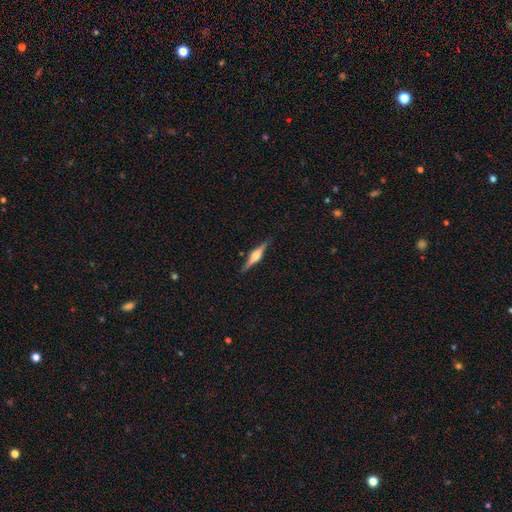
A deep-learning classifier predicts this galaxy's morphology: Q: Smooth or featured?
A: featured or disk (74%); runner-up: smooth (20%)
Q: Edge-on disk?
A: yes (98%); runner-up: no (2%)
Q: Edge-on bulge?
A: rounded (86%); runner-up: boxy (11%)
Q: Merging?
A: none (89%); runner-up: minor disturbance (8%)